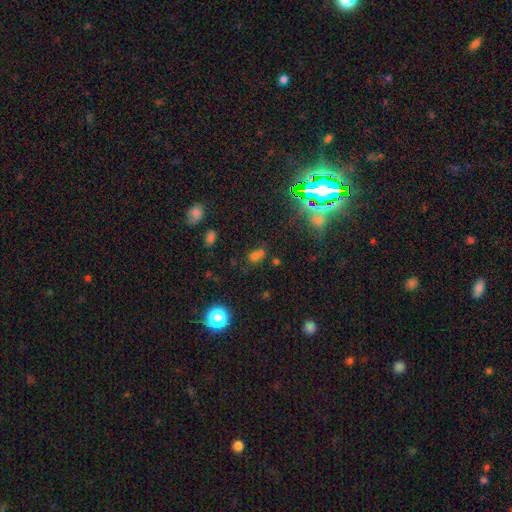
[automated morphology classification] Smooth or featured?
  - smooth: 51% *
  - star or artifact: 39%
  - featured or disk: 10%
How rounded?
  - round: 63% *
  - in between: 35%
  - cigar-shaped: 2%
Merging?
  - none: 51% *
  - merger: 33%
  - minor disturbance: 10%
  - major disturbance: 5%